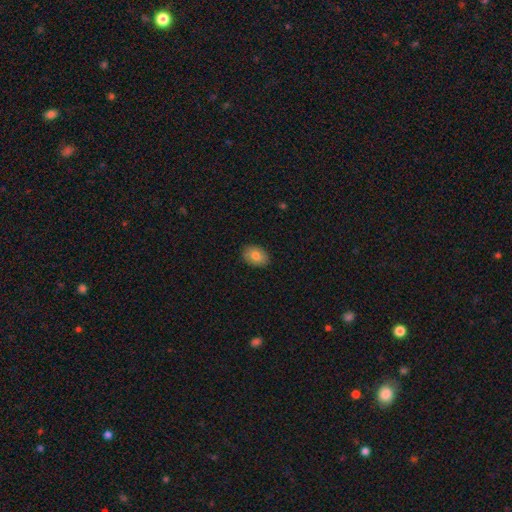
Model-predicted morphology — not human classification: A smooth galaxy with no disk features (80%) that is in between round and cigar-shaped (77%). Merging: none (88%).